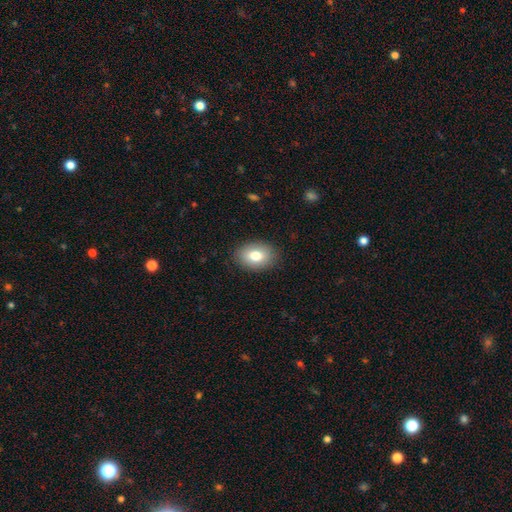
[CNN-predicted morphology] The model was most divided on "how rounded": in between: 78%, round: 21%, cigar-shaped: 1%. More confident: merging — none (87%); smooth or featured — smooth (79%).